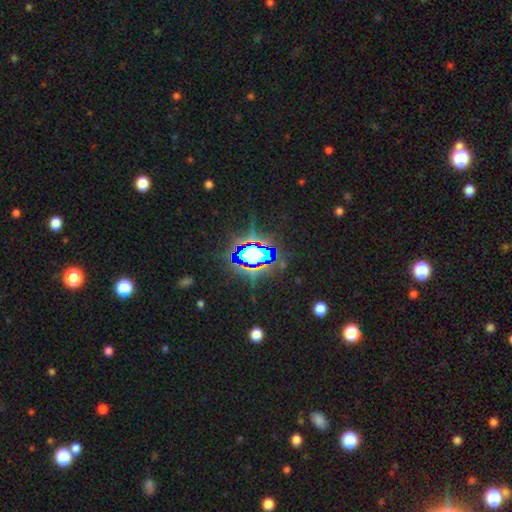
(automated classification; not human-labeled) star or artifact 73%, smooth 15%, featured or disk 12%.